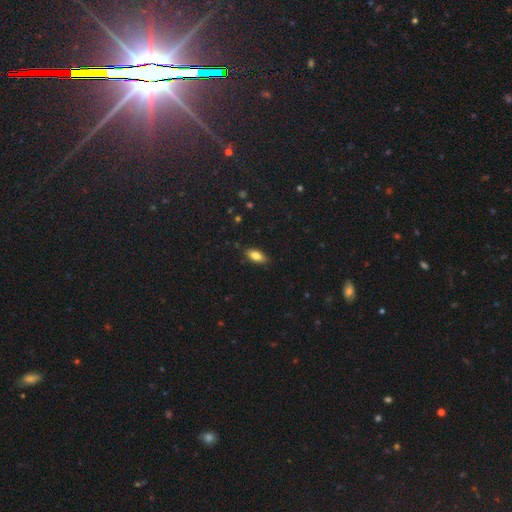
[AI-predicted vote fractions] Smooth or featured? smooth (83%)
How rounded? in between (88%)
Merging? none (86%)